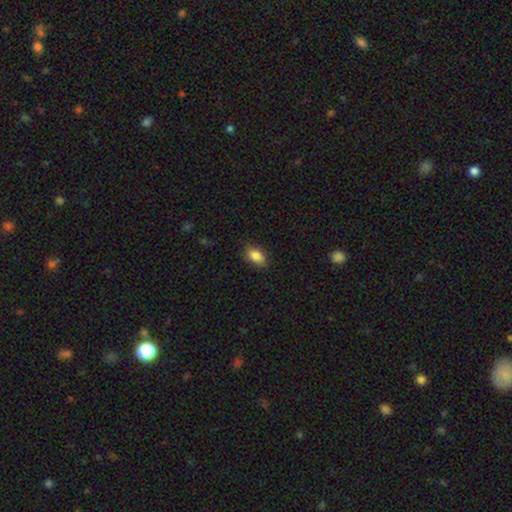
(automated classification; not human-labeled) The model was most divided on "merging": none: 84%, minor disturbance: 13%, major disturbance: 3%, merger: 1%. More confident: how rounded — in between (88%); smooth or featured — smooth (86%).